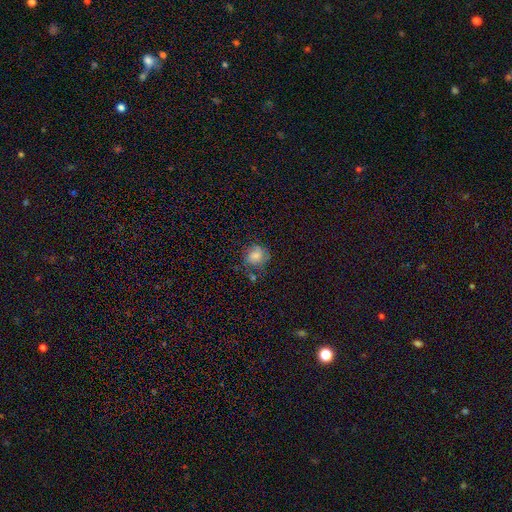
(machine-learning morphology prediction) The model was most divided on "merging": none: 59%, minor disturbance: 24%, major disturbance: 11%, merger: 5%. More confident: how rounded — round (71%); smooth or featured — smooth (69%).